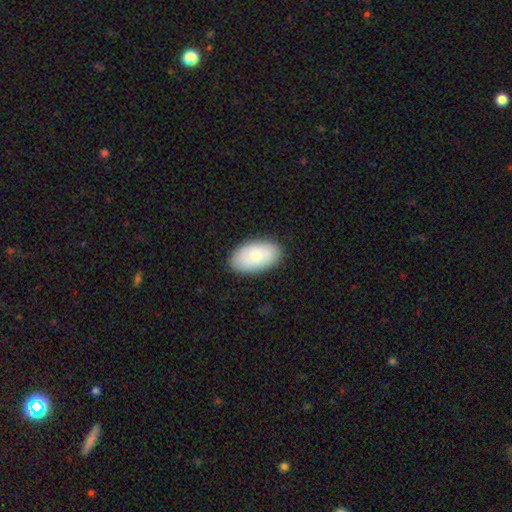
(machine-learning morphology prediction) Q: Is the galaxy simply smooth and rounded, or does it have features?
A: smooth — 70%.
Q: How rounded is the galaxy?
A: in between — 93%.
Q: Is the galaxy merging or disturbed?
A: none — 86%.